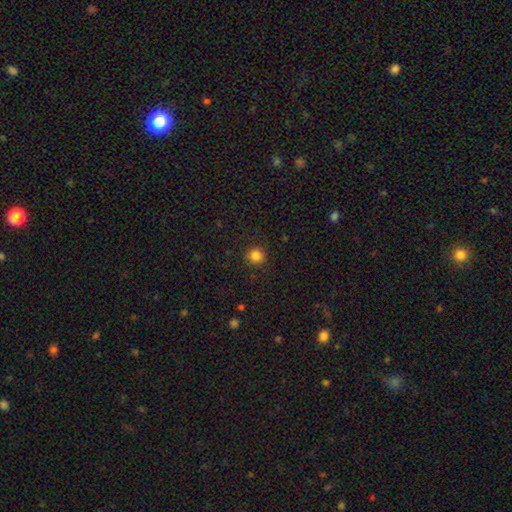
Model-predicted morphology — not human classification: type=smooth (84%); roundness=round (93%); merging=none (89%).